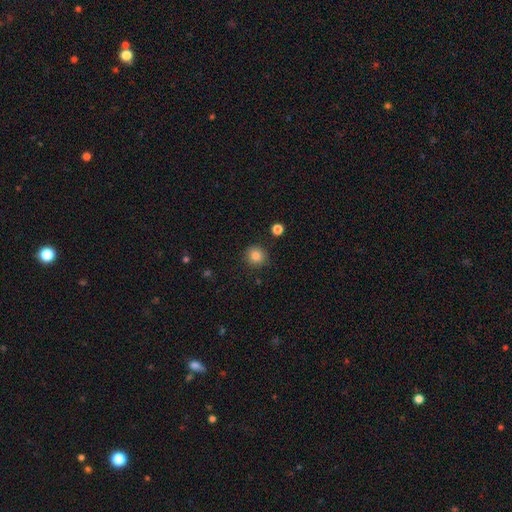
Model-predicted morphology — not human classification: Q: Smooth or featured?
A: smooth (84%); runner-up: star or artifact (11%)
Q: How rounded?
A: round (91%); runner-up: in between (8%)
Q: Merging?
A: none (89%); runner-up: minor disturbance (7%)